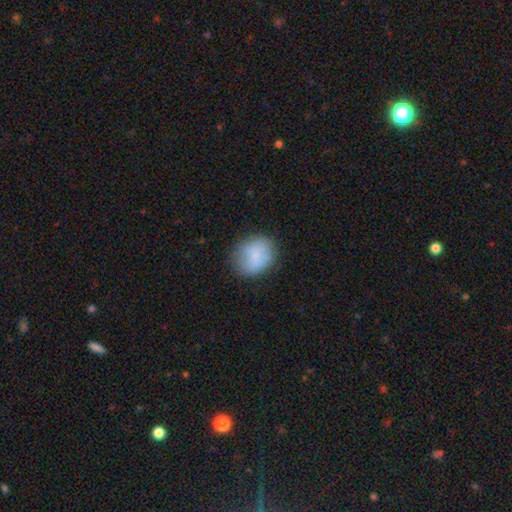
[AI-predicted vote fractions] This appears to be a smooth galaxy with no disk features (82%) that is round (59%). Merging: none (74%).